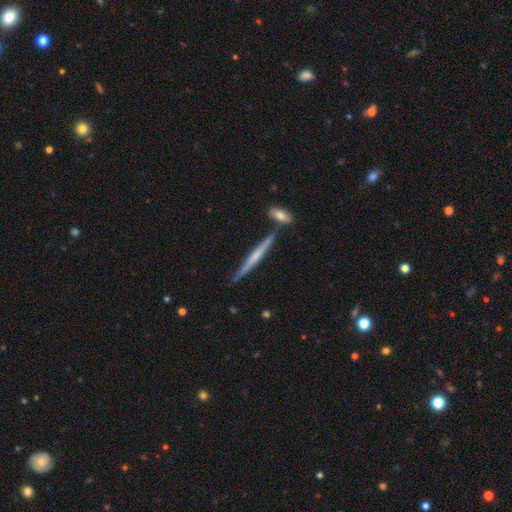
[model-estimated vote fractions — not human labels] Q: Smooth or featured?
A: featured or disk (62%); runner-up: smooth (32%)
Q: Edge-on disk?
A: yes (97%); runner-up: no (3%)
Q: Edge-on bulge?
A: rounded (50%); runner-up: none (41%)
Q: Merging?
A: none (81%); runner-up: minor disturbance (10%)